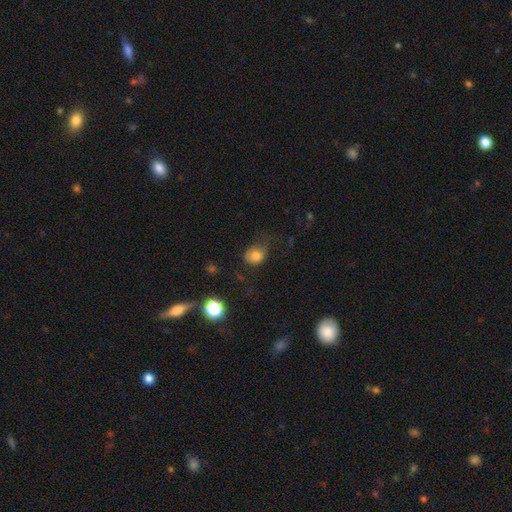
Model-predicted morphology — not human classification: Overall: smooth (79%). How rounded: round (60%; in between 39%). Merging: none (45%; minor disturbance 30%).